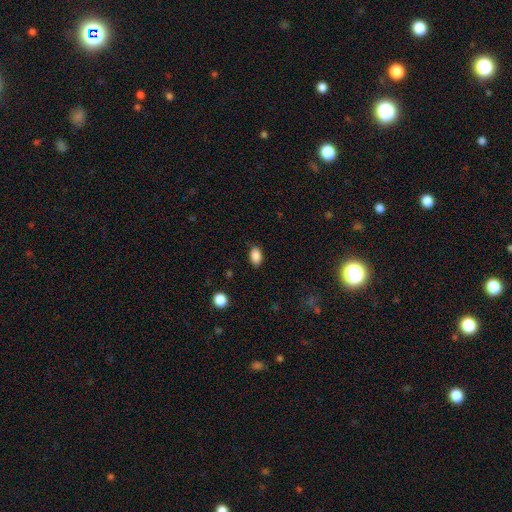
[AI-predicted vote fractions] A smooth galaxy with no disk features (88%) that is in between round and cigar-shaped (88%). Merging: none (85%).